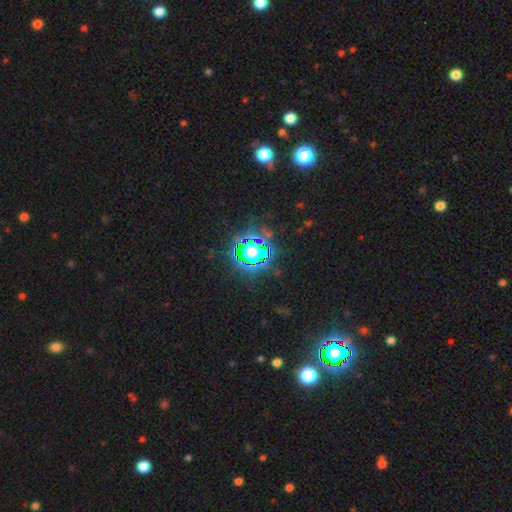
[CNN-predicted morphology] Smooth or featured: star or artifact — 63% (smooth — 24%)